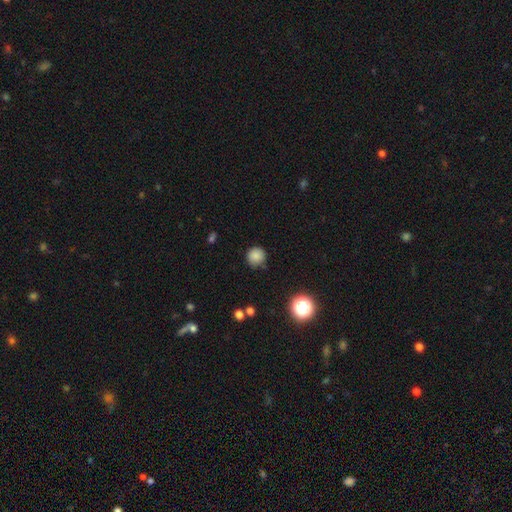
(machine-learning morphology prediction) This is clearly a smooth galaxy (83%). How rounded: clearly round (93%). Merging: clearly none (82%).